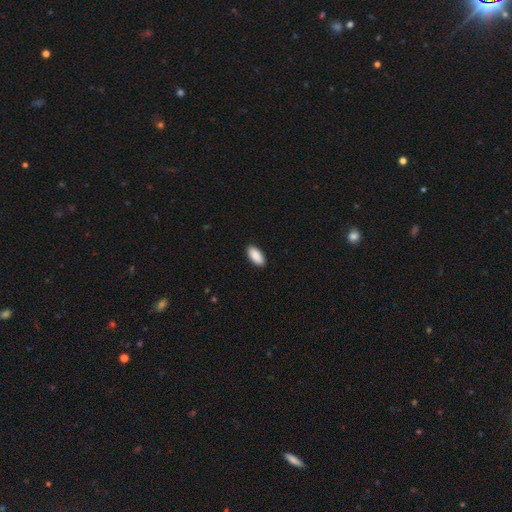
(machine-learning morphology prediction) smooth-or-featured: smooth: 91% | star or artifact: 6% | featured or disk: 3%
  how-rounded: in between: 93% | cigar-shaped: 5% | round: 2%
  merging: none: 91% | minor disturbance: 7% | major disturbance: 2% | merger: 1%